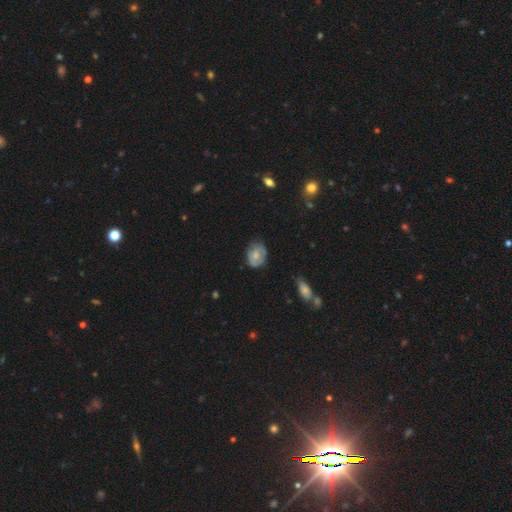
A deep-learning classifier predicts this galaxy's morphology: A smooth galaxy with no disk features (55%) that is in between round and cigar-shaped (69%). Merging: none (63%).